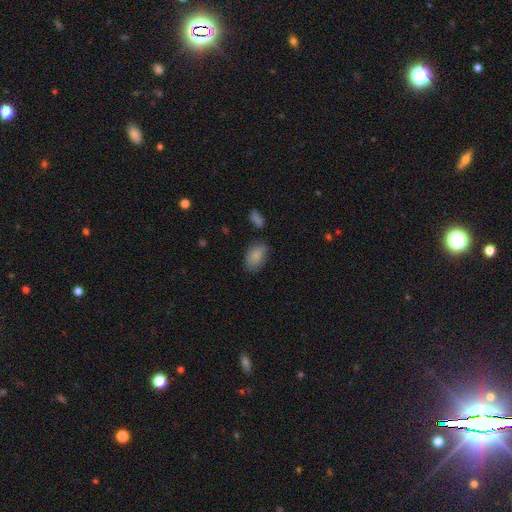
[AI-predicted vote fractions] This appears to be a smooth galaxy with no disk features (85%) that is in between round and cigar-shaped (89%). Merging: none (70%).